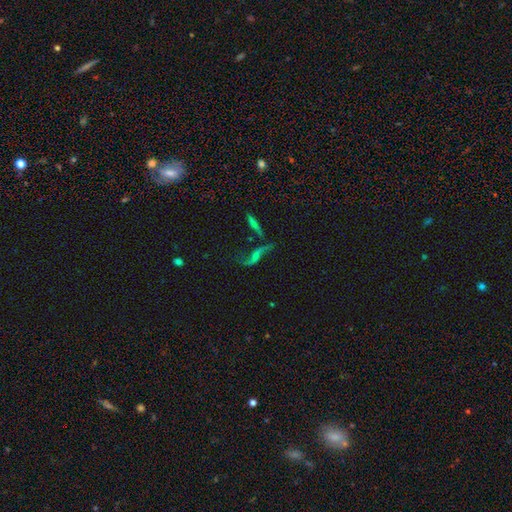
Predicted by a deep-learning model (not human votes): Morphology: type=featured or disk (75%); edge-on=no (83%); bar=no (53%); spiral arms=yes (88%); winding=loose (92%); arm count=2 (89%); bulge=small (42%); merging=none (54%).